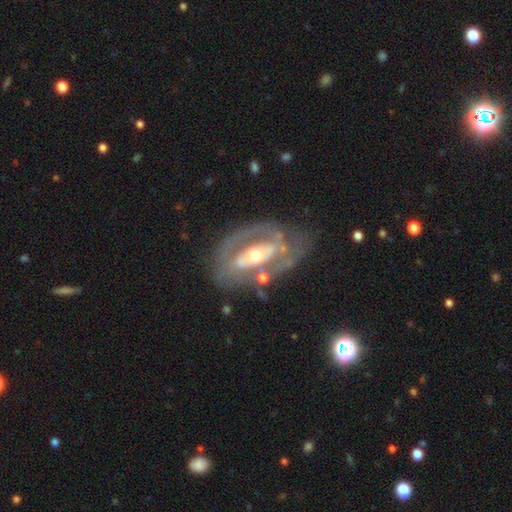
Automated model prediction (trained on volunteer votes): Smooth or featured? featured or disk (82%)
Edge-on disk? no (93%)
Bar? no (40%)
Spiral arms? yes (64%)
Bulge size? moderate (59%)
Merging? none (64%)